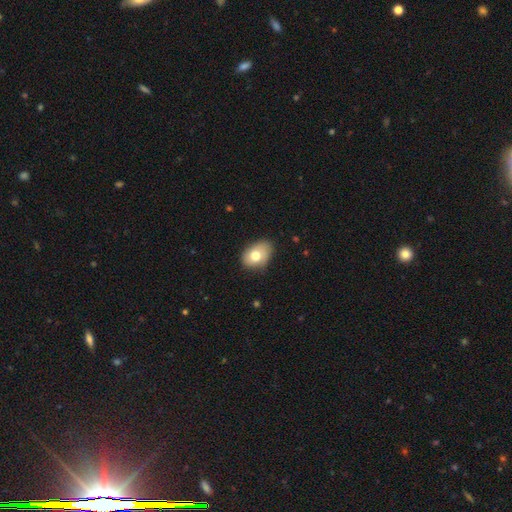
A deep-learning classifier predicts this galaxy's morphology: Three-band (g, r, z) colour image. It shows a smooth galaxy with no disk features (73%) that is in between round and cigar-shaped (76%). Merging: none (71%).